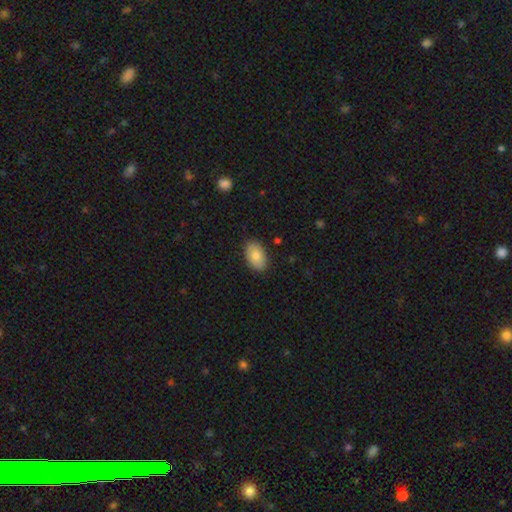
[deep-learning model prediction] Smooth or featured: smooth — 78% (featured or disk — 15%)
How rounded: in between — 90% (round — 8%)
Merging: none — 86% (minor disturbance — 11%)